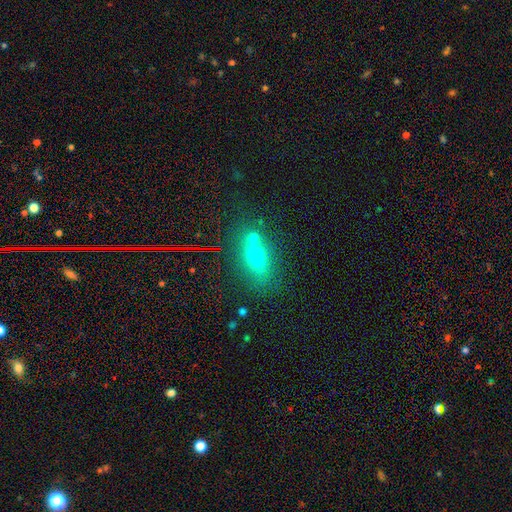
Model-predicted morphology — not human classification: smooth 63%, featured or disk 19%, star or artifact 18%. Down the decision tree: how rounded — in between (64%); merging — none (50%).